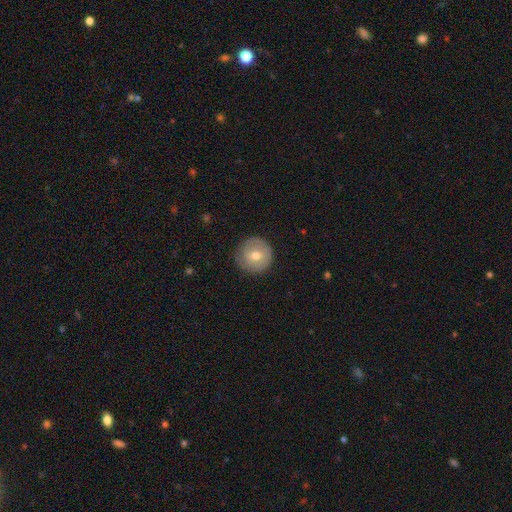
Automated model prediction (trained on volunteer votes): Smooth or featured? Predicted: smooth (p=0.58). How rounded? Predicted: round (p=0.95). Merging? Predicted: none (p=0.84).